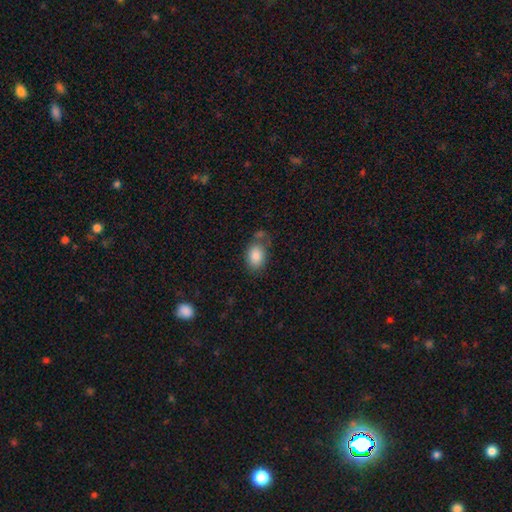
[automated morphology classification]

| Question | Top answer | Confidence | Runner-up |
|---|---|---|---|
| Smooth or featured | smooth | 86% | star or artifact (7%) |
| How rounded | in between | 81% | round (18%) |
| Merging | none | 58% | minor disturbance (22%) |